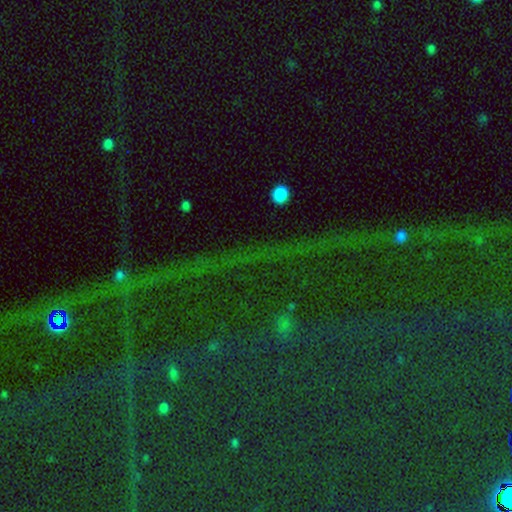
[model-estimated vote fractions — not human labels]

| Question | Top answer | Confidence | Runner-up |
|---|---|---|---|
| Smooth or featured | star or artifact | 81% | featured or disk (10%) |